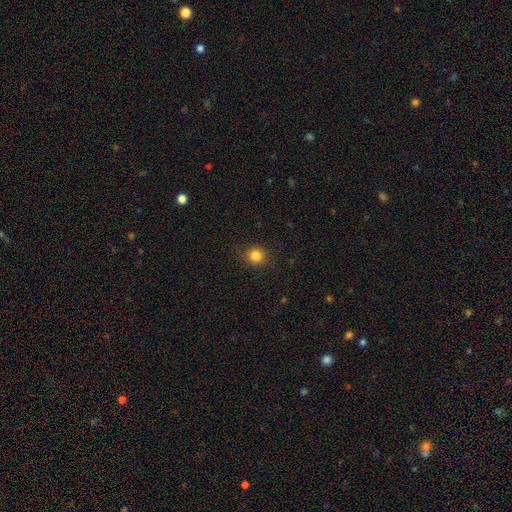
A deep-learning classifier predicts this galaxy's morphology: A smooth galaxy with no disk features (83%) that is round (87%).

Vote fractions:
- Smooth or featured? smooth: 83% / star or artifact: 12% / featured or disk: 5%
- How rounded? round: 87% / in between: 12% / cigar-shaped: 1%
- Merging? none: 88% / minor disturbance: 8% / major disturbance: 3% / merger: 1%